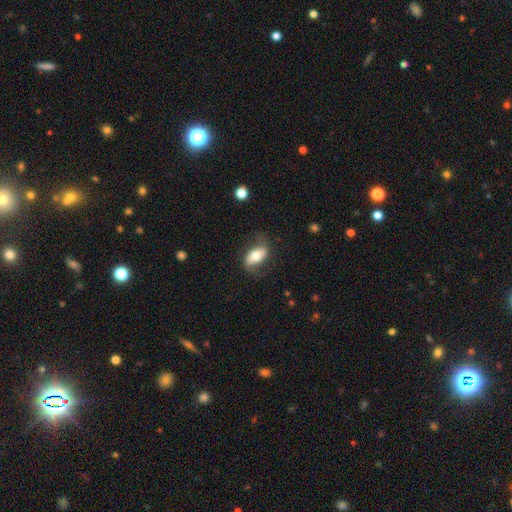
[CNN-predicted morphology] The model was most divided on "smooth or featured": smooth: 51%, featured or disk: 43%, star or artifact: 7%. More confident: how rounded — in between (87%); merging — none (67%).